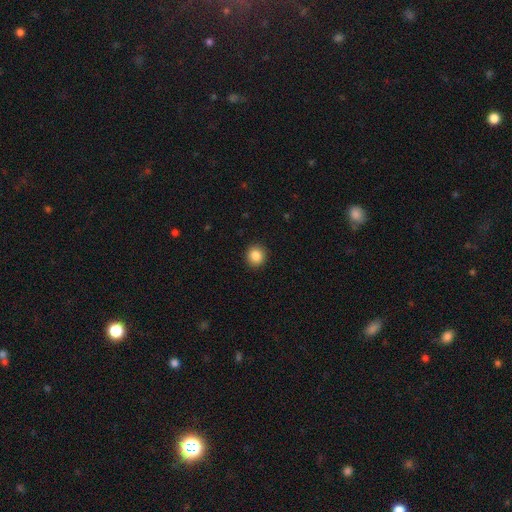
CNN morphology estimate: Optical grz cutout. It shows a smooth galaxy with no disk features (86%) that is round (89%). Merging: none (92%).